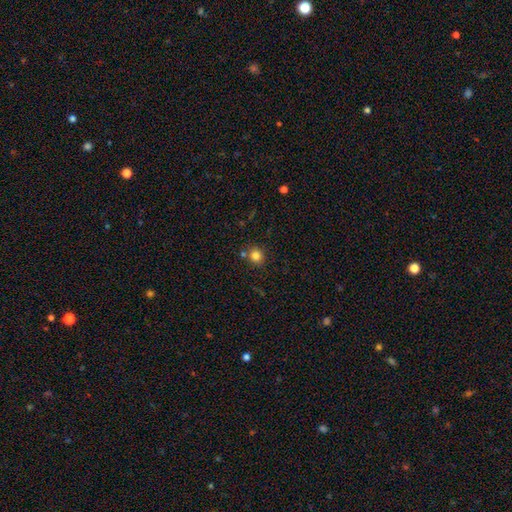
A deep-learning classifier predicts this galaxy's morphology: This is clearly a smooth galaxy (81%). How rounded: clearly round (85%). Merging: likely none (77%).